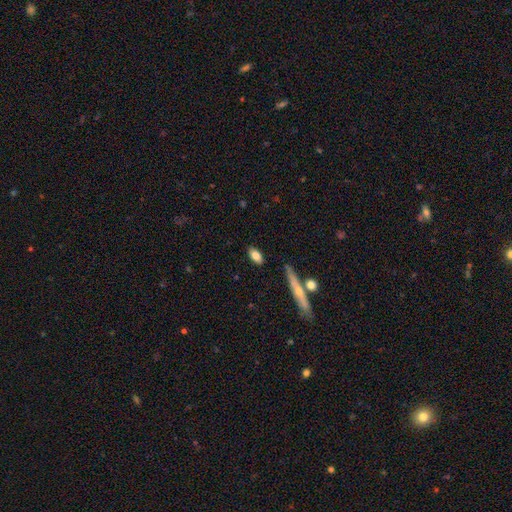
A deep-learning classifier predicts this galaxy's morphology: A smooth galaxy with no disk features (80%) that is in between round and cigar-shaped (85%).

Vote fractions:
- Smooth or featured? smooth: 80% / featured or disk: 13% / star or artifact: 7%
- How rounded? in between: 85% / cigar-shaped: 10% / round: 4%
- Merging? none: 83% / minor disturbance: 11% / merger: 3% / major disturbance: 3%